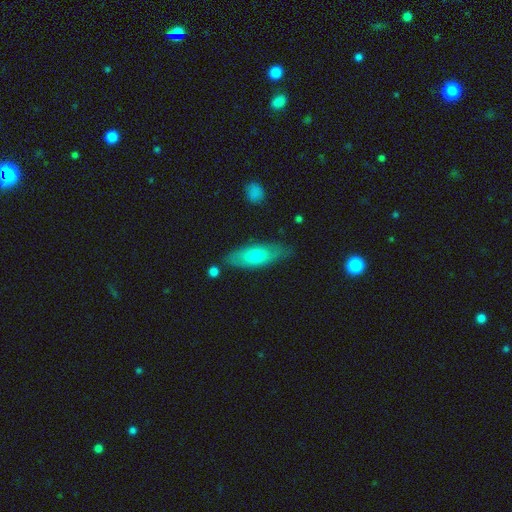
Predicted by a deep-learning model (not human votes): Q: Smooth or featured?
A: smooth (67%); runner-up: featured or disk (28%)
Q: How rounded?
A: in between (62%); runner-up: cigar-shaped (36%)
Q: Merging?
A: none (75%); runner-up: minor disturbance (18%)